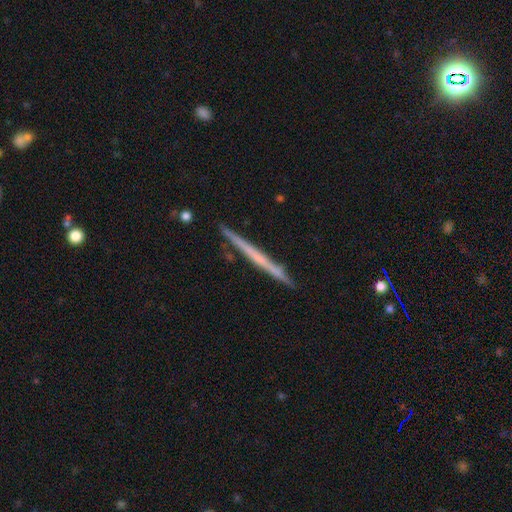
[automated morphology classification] This appears to be a featured or disk galaxy (56%) viewed edge-on (97%) with no central bulge (87%). Merging: none (88%).